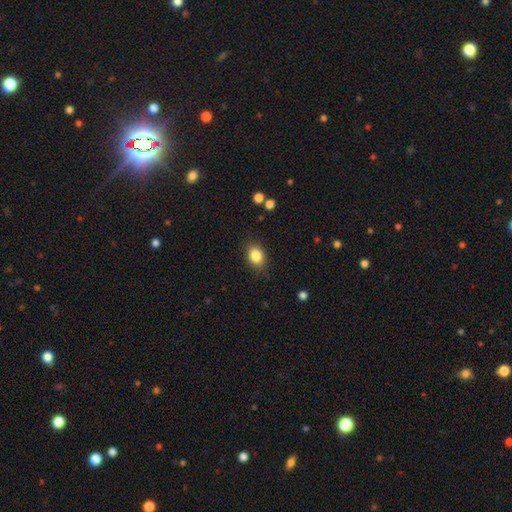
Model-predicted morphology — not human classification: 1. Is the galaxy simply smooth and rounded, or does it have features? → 84% smooth, 9% star or artifact, 6% featured or disk.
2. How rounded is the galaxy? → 65% in between, 34% round, 1% cigar-shaped.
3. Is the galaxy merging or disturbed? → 84% none, 12% minor disturbance, 3% major disturbance, 1% merger.